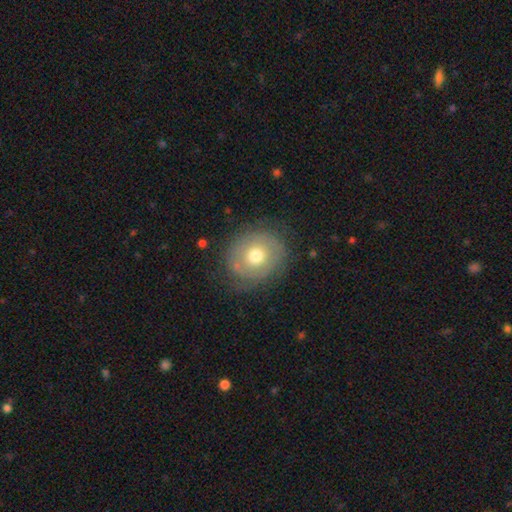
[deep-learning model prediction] This appears to be a smooth galaxy with no disk features (49%). Merging: none (73%).